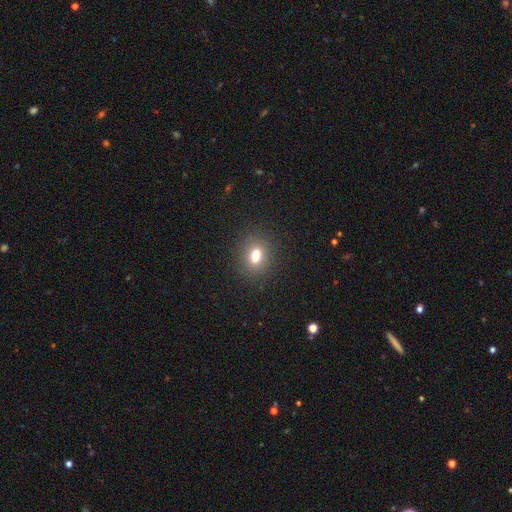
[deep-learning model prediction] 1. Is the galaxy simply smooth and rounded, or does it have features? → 76% smooth, 13% star or artifact, 11% featured or disk.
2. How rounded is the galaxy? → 54% in between, 44% round, 2% cigar-shaped.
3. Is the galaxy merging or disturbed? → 88% none, 8% minor disturbance, 3% major disturbance, 1% merger.